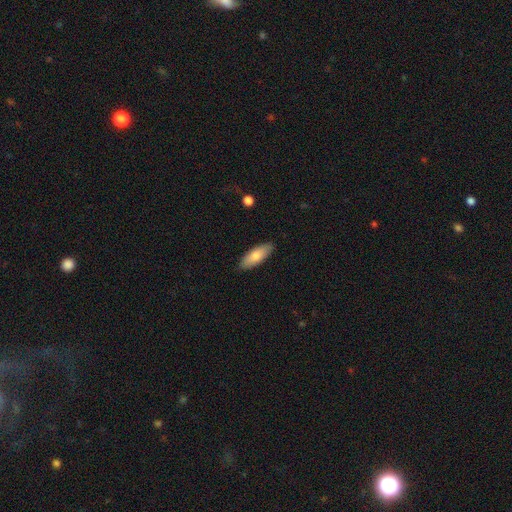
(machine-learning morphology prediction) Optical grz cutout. It shows a smooth galaxy with no disk features (78%) that is in between round and cigar-shaped (70%). Merging: none (88%).